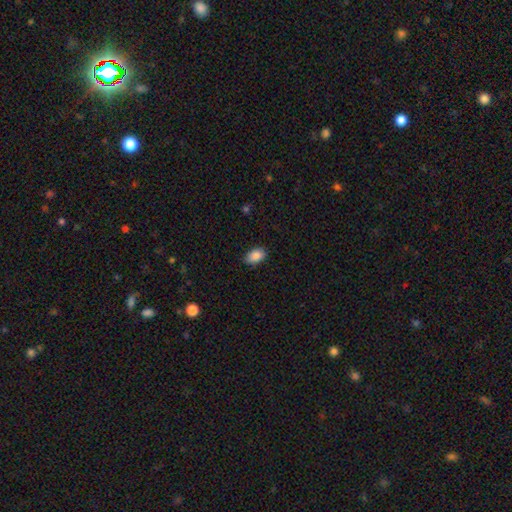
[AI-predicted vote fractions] A smooth galaxy with no disk features (87%) that is in between round and cigar-shaped (89%). Merging: none (84%).